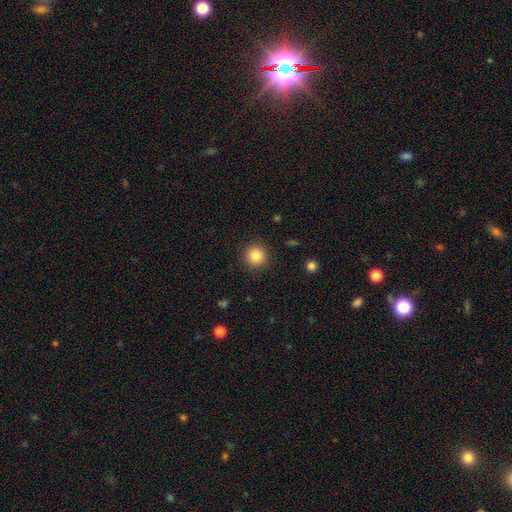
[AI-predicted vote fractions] smooth-or-featured: smooth: 85% | star or artifact: 10% | featured or disk: 5%
  how-rounded: round: 94% | in between: 5% | cigar-shaped: 1%
  merging: none: 90% | minor disturbance: 6% | major disturbance: 3% | merger: 1%